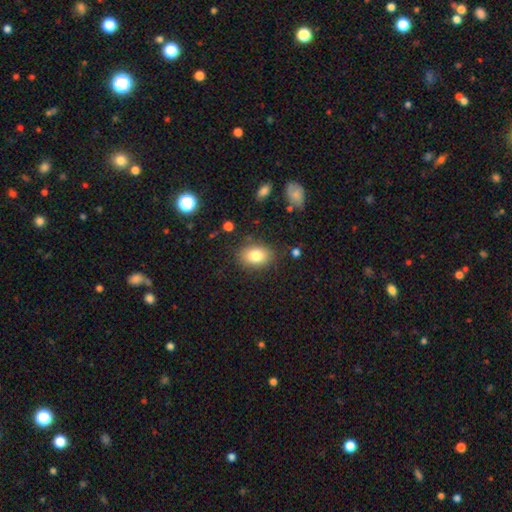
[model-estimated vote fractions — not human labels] Smooth or featured: smooth — 81% (featured or disk — 10%)
How rounded: in between — 78% (round — 21%)
Merging: none — 83% (minor disturbance — 12%)